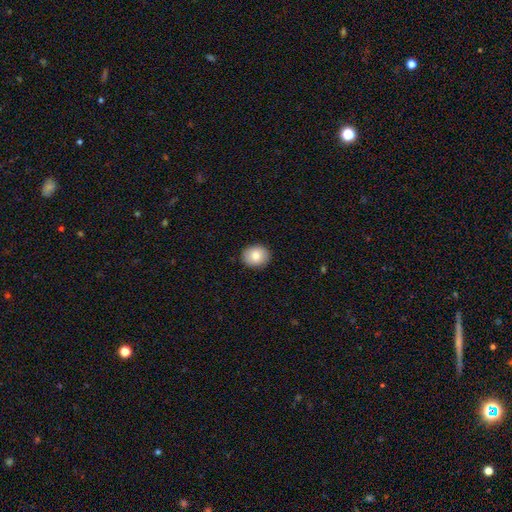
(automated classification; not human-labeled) smooth-or-featured: smooth: 81% | featured or disk: 11% | star or artifact: 8%
  how-rounded: round: 64% | in between: 35% | cigar-shaped: 1%
  merging: none: 90% | minor disturbance: 7% | major disturbance: 2% | merger: 1%